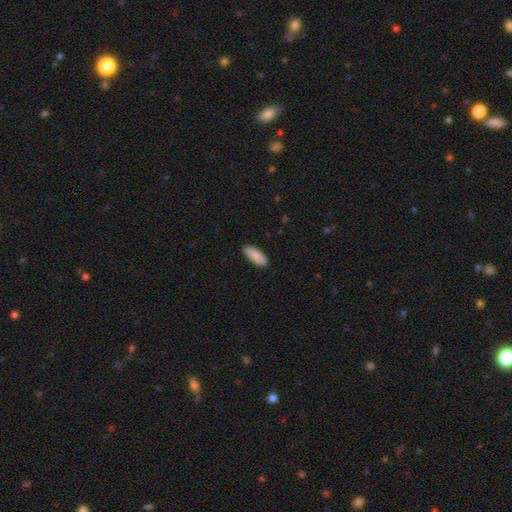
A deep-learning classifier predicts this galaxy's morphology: Smooth or featured: smooth — 88% (featured or disk — 6%)
How rounded: in between — 77% (cigar-shaped — 22%)
Merging: none — 88% (minor disturbance — 9%)